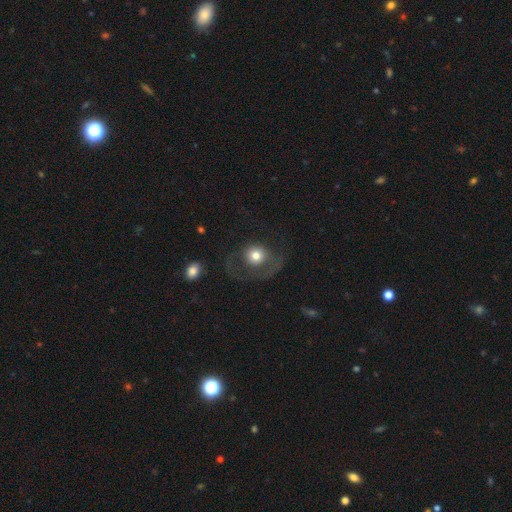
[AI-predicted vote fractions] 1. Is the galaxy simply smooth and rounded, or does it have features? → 64% smooth, 28% featured or disk, 9% star or artifact.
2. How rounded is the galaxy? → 82% round, 17% in between, 1% cigar-shaped.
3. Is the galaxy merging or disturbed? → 48% major disturbance, 33% none, 15% minor disturbance, 3% merger.